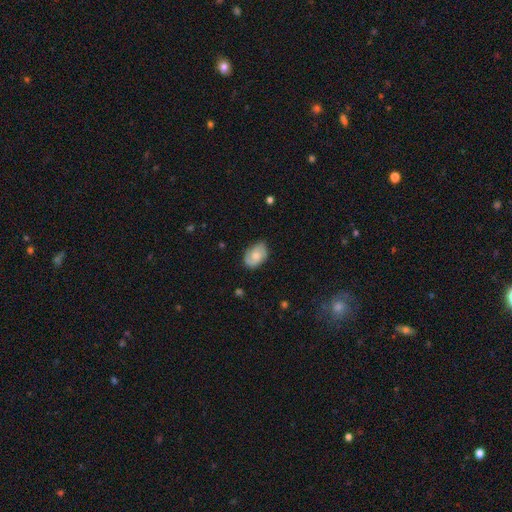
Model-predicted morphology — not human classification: A smooth galaxy with no disk features (48%).

Vote fractions:
- Smooth or featured? smooth: 48% / featured or disk: 45% / star or artifact: 7%
- Merging? none: 73% / minor disturbance: 21% / major disturbance: 5% / merger: 1%